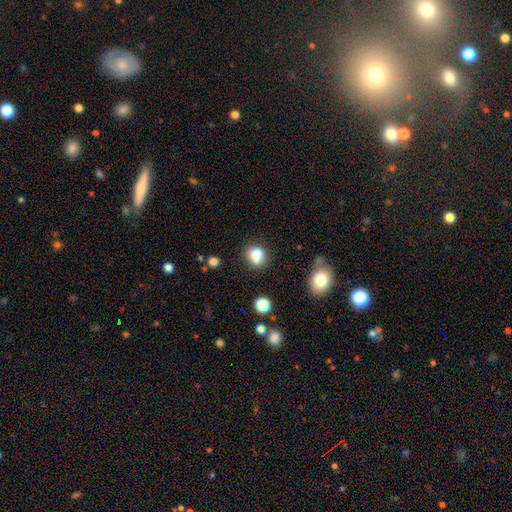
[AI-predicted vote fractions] smooth 79%, star or artifact 12%, featured or disk 9%. Down the decision tree: how rounded — round (66%); merging — none (62%).